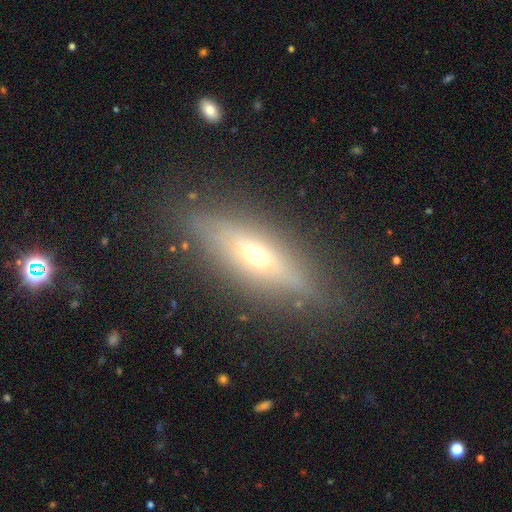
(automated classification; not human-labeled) smooth-or-featured: featured or disk: 55% | smooth: 35% | star or artifact: 10%
  disk-edge-on: yes: 83% | no: 17%
  merging: none: 84% | minor disturbance: 11% | major disturbance: 4% | merger: 1%